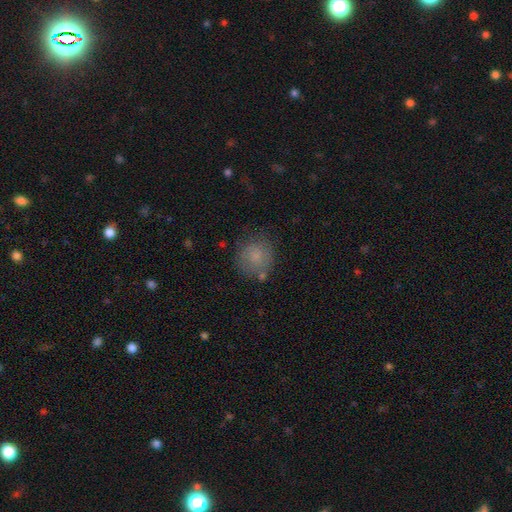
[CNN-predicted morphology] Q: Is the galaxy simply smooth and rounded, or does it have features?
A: smooth — 76%.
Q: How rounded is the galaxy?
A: round — 87%.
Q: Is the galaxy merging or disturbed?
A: none — 67%.